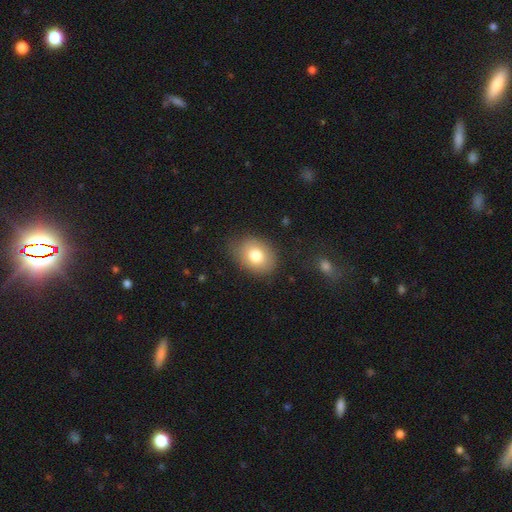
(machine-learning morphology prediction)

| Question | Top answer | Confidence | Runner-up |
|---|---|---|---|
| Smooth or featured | smooth | 78% | featured or disk (13%) |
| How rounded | in between | 65% | round (34%) |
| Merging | none | 76% | minor disturbance (18%) |